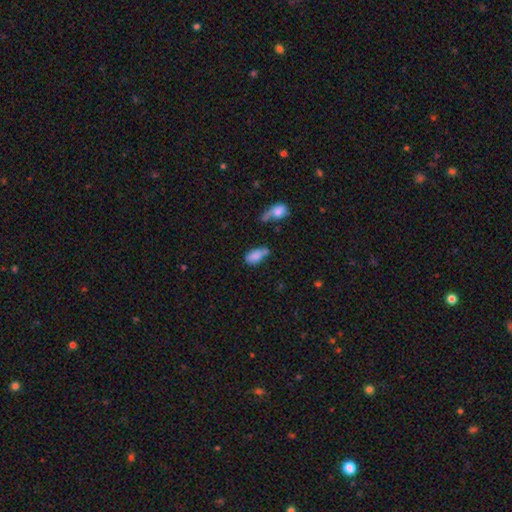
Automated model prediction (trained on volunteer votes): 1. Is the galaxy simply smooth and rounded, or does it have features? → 80% smooth, 10% featured or disk, 10% star or artifact.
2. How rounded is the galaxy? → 89% in between, 6% cigar-shaped, 6% round.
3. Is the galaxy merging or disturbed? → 40% none, 29% minor disturbance, 19% merger, 13% major disturbance.